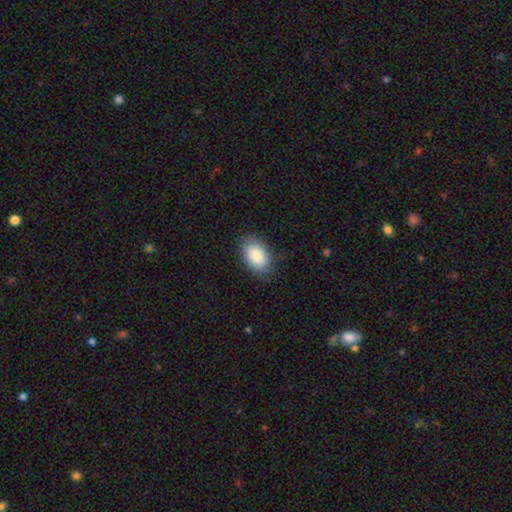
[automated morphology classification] smooth 85%, featured or disk 8%, star or artifact 7%. Down the decision tree: how rounded — in between (91%); merging — none (83%).